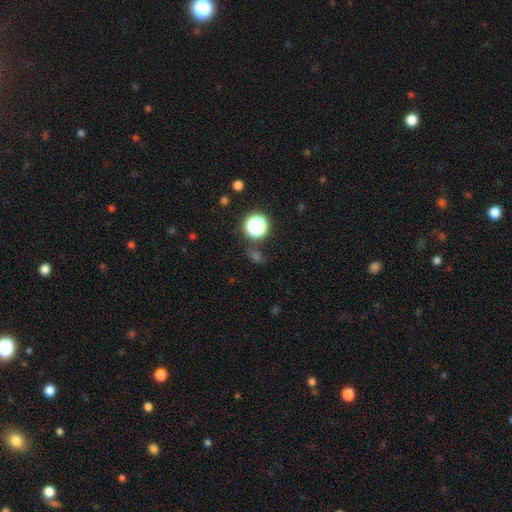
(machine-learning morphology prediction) This appears to be a star or artifact, not a galaxy (53%).